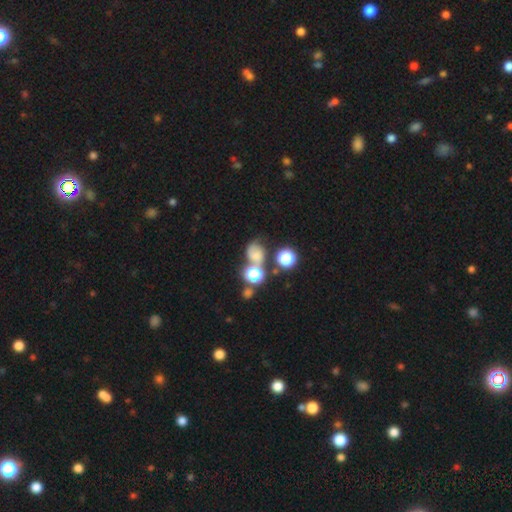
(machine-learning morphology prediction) Smooth or featured? Predicted: smooth (p=0.52). How rounded? Predicted: round (p=0.59). Merging? Predicted: none (p=0.40).